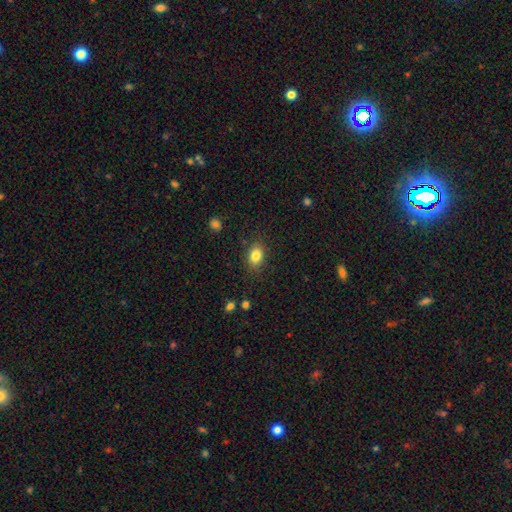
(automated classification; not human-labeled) Overall: smooth (84%). How rounded: in between (75%). Merging: none (84%).